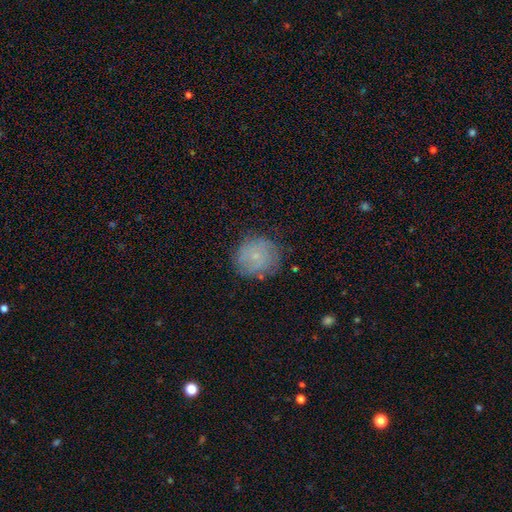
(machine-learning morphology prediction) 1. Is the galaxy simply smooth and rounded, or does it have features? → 51% smooth, 39% featured or disk, 10% star or artifact.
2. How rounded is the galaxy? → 87% round, 12% in between, 1% cigar-shaped.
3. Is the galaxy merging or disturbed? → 76% none, 17% minor disturbance, 6% major disturbance, 1% merger.